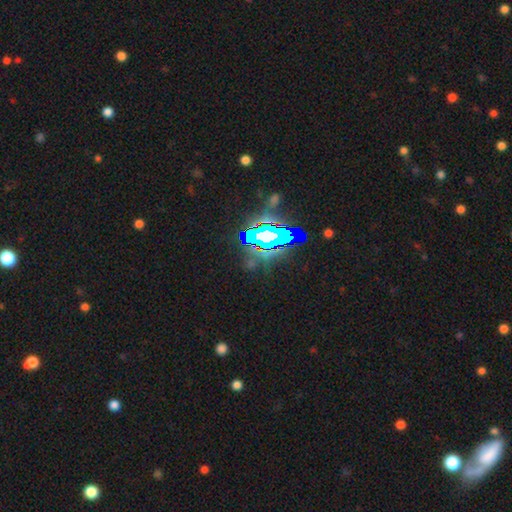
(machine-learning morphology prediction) type=star or artifact (72%).